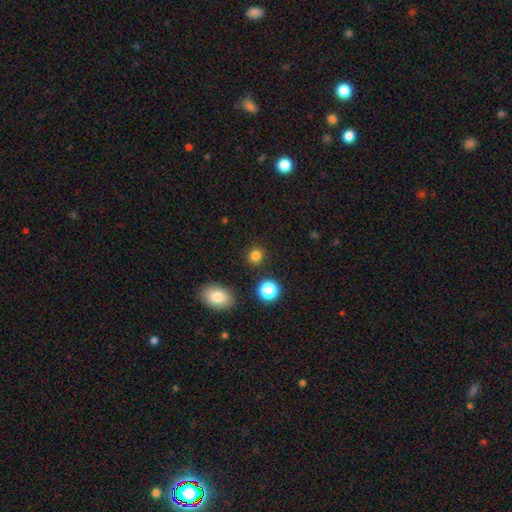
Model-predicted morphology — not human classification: smooth-or-featured: smooth: 81% | star or artifact: 15% | featured or disk: 4%
  how-rounded: round: 86% | in between: 13% | cigar-shaped: 1%
  merging: none: 89% | minor disturbance: 6% | merger: 3% | major disturbance: 2%